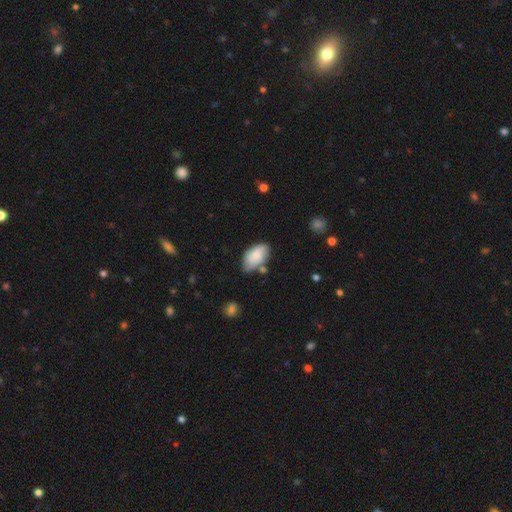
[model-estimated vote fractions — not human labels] Smooth or featured? Predicted: smooth (p=0.74). How rounded? Predicted: in between (p=0.94). Merging? Predicted: none (p=0.57).